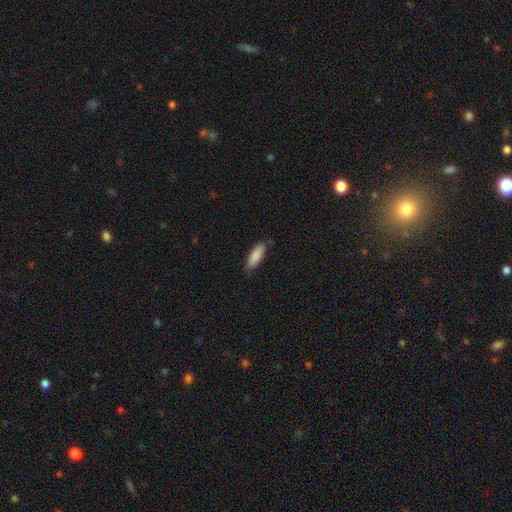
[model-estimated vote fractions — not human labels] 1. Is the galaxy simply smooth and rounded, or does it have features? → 87% smooth, 7% featured or disk, 6% star or artifact.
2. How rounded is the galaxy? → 61% in between, 37% cigar-shaped, 1% round.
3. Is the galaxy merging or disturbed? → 82% none, 14% minor disturbance, 2% major disturbance, 2% merger.